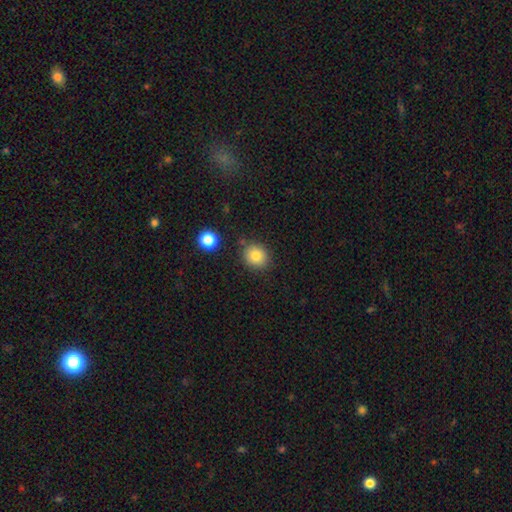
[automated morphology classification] Overall: smooth (83%). How rounded: round (81%). Merging: none (83%).